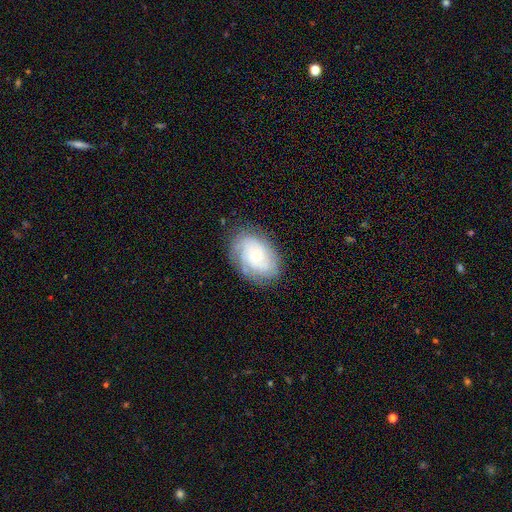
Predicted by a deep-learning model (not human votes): A featured or disk galaxy (68%) with no bar (80%), tight (69%) spiral arms (86%) and a small central bulge (66%). Merging: none (78%).